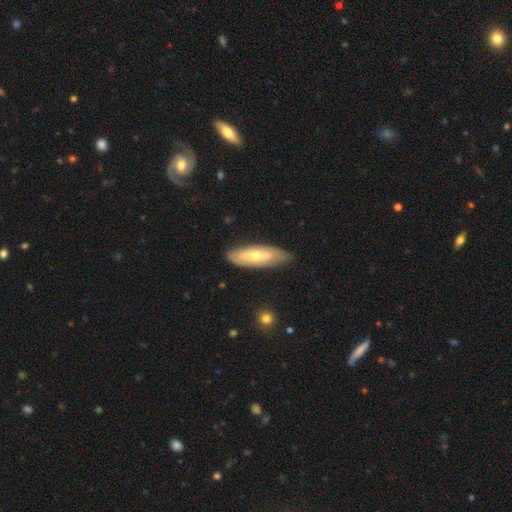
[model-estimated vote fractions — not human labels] smooth 49%, featured or disk 45%, star or artifact 6%. Down the decision tree: merging — none (80%).